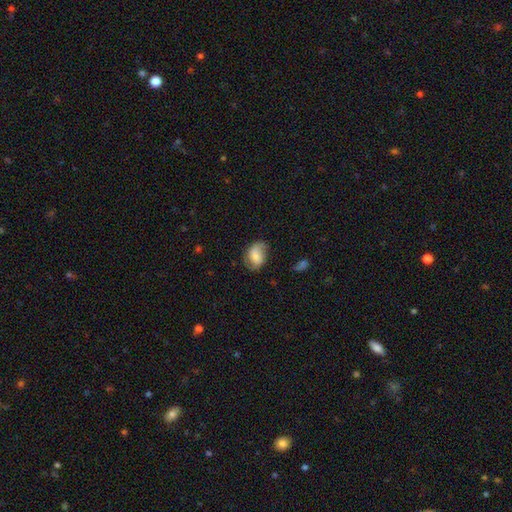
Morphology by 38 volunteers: Overall: smooth (76%). How rounded: in between (72%). Merging: minor disturbance (46%; none 40%).